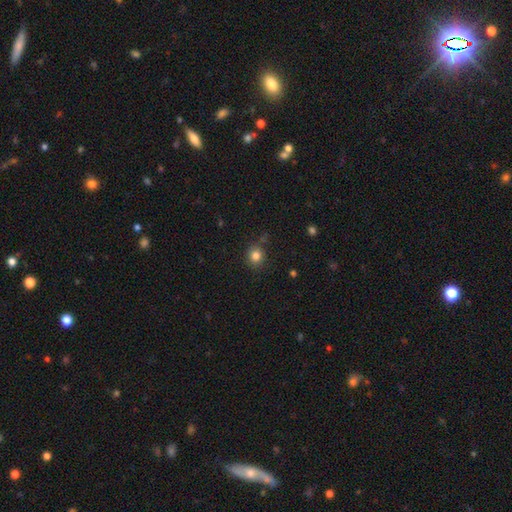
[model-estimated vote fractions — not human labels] Smooth or featured?
  - smooth: 82% *
  - star or artifact: 12%
  - featured or disk: 6%
How rounded?
  - round: 84% *
  - in between: 15%
  - cigar-shaped: 1%
Merging?
  - none: 81% *
  - minor disturbance: 12%
  - merger: 4%
  - major disturbance: 3%